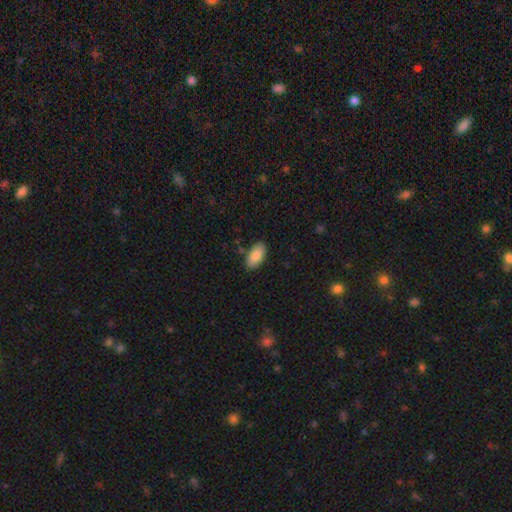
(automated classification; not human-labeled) Morphology: type=smooth (86%); roundness=in between (94%); merging=none (84%).